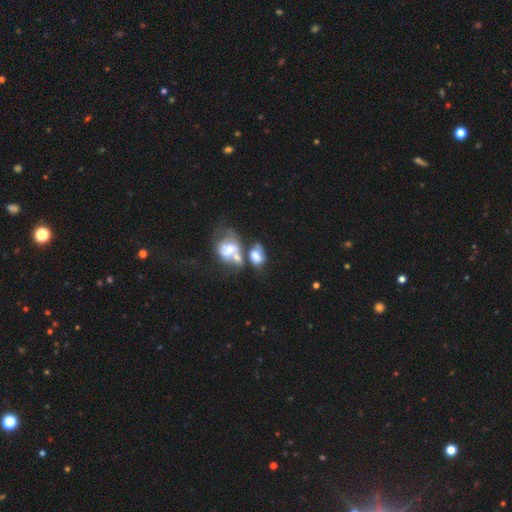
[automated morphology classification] The model was most divided on "smooth or featured": smooth: 47%, featured or disk: 42%, star or artifact: 11%. More confident: merging — merger (61%).